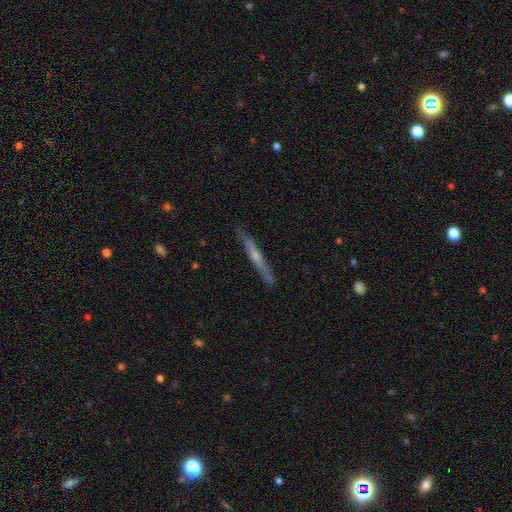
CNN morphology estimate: smooth_or_featured: featured or disk (p=0.57) [alt: smooth p=0.37]
disk_edge_on: yes (p=0.96) [alt: no p=0.04]
edge_on_bulge: none (p=0.50) [alt: rounded p=0.42]
merging: none (p=0.87) [alt: minor disturbance p=0.10]